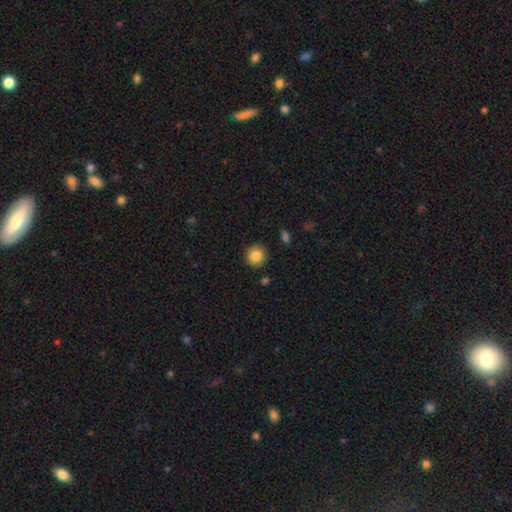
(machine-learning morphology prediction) type=smooth (85%); roundness=round (91%); merging=none (90%).